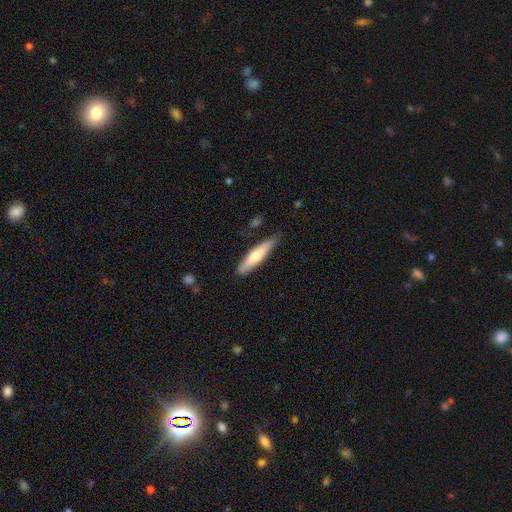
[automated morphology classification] smooth_or_featured: smooth (p=0.65) [alt: featured or disk p=0.30]
how_rounded: cigar-shaped (p=0.84) [alt: in between p=0.15]
merging: none (p=0.80) [alt: minor disturbance p=0.16]